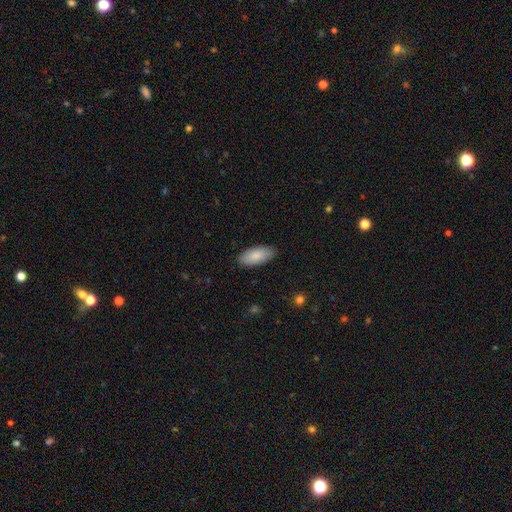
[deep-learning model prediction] smooth_or_featured: smooth (p=0.86) [alt: featured or disk p=0.08]
how_rounded: in between (p=0.88) [alt: cigar-shaped p=0.10]
merging: none (p=0.87) [alt: minor disturbance p=0.10]